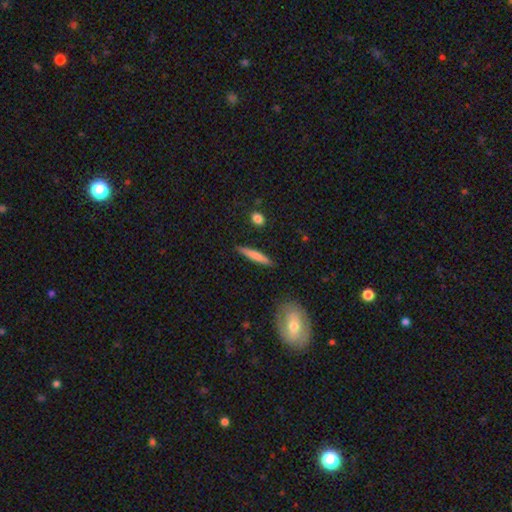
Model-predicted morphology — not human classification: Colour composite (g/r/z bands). It shows a smooth galaxy with no disk features (74%) that is cigar-shaped (91%). Merging: none (88%).